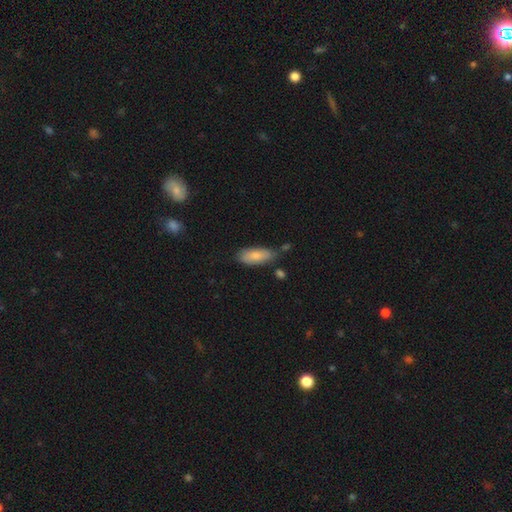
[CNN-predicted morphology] smooth_or_featured: smooth (p=0.82) [alt: featured or disk p=0.12]
how_rounded: in between (p=0.81) [alt: cigar-shaped p=0.17]
merging: none (p=0.65) [alt: minor disturbance p=0.24]